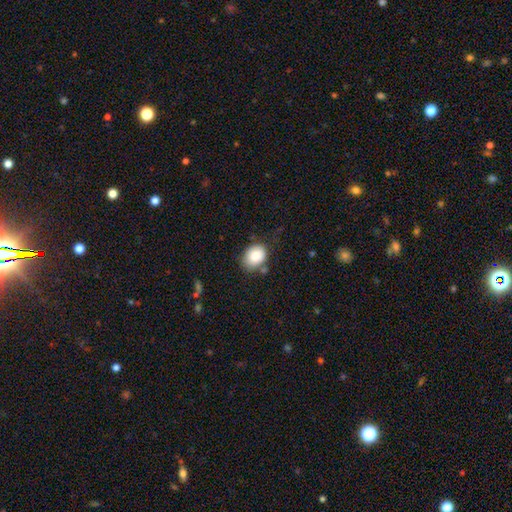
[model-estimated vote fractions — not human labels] This appears to be a smooth galaxy with no disk features (84%) that is in between round and cigar-shaped (56%). Merging: none (72%).